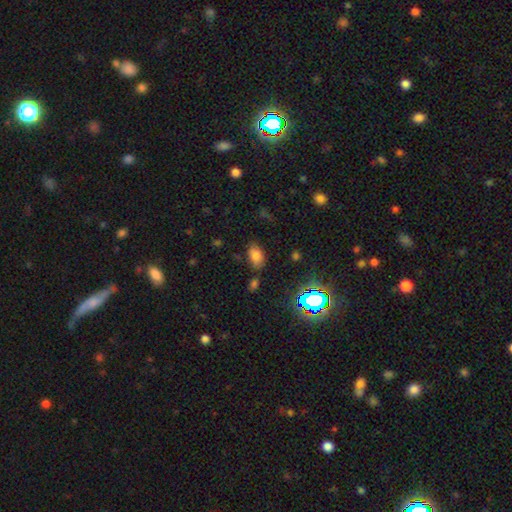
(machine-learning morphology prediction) Q: Smooth or featured?
A: smooth (74%); runner-up: star or artifact (17%)
Q: How rounded?
A: in between (88%); runner-up: round (10%)
Q: Merging?
A: none (74%); runner-up: minor disturbance (15%)